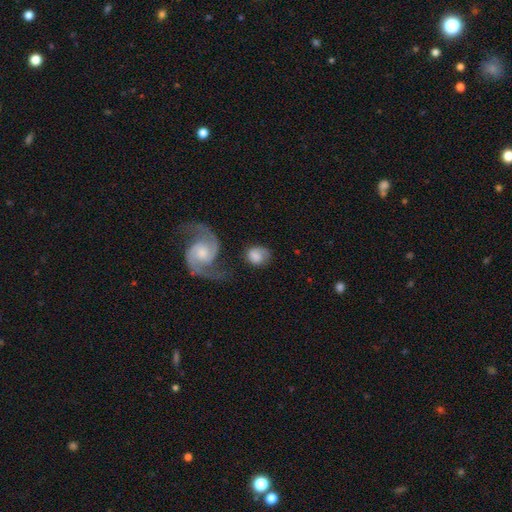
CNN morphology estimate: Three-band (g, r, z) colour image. It shows a smooth galaxy with no disk features (56%) that is round (58%). Merging: none (48%).